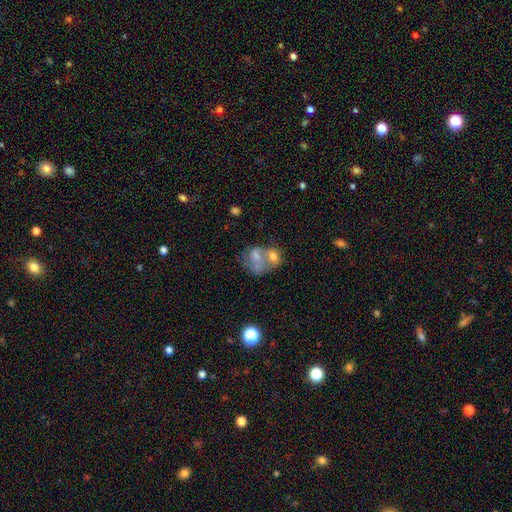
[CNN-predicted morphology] A smooth galaxy with no disk features (50%) that is in between round and cigar-shaped (61%). Merging: merger (64%).